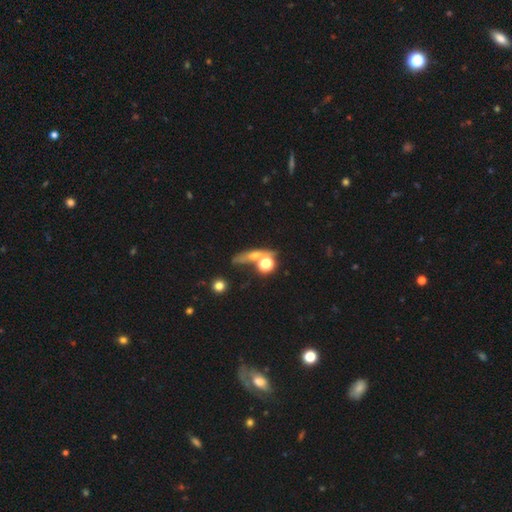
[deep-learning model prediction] Q: Smooth or featured?
A: smooth (45%); runner-up: featured or disk (28%)
Q: Merging?
A: none (54%); runner-up: merger (23%)